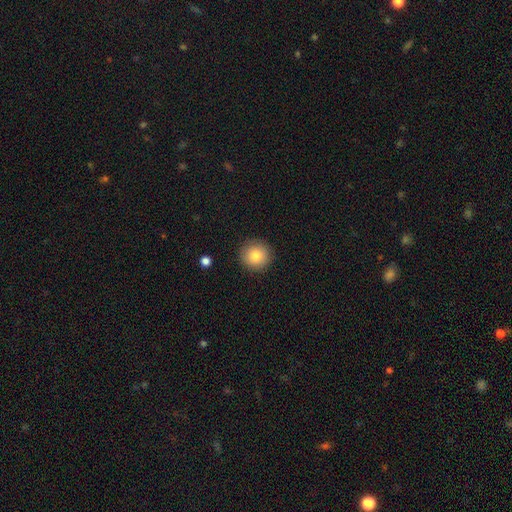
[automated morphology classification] type=smooth (83%); roundness=round (94%); merging=none (90%).